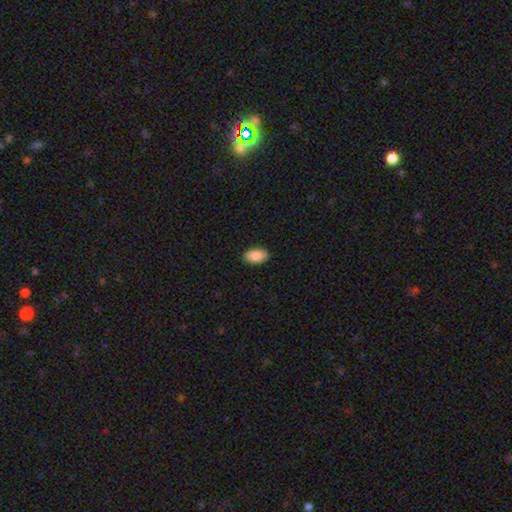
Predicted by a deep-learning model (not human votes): Overall: smooth (90%). How rounded: in between (94%). Merging: none (89%).